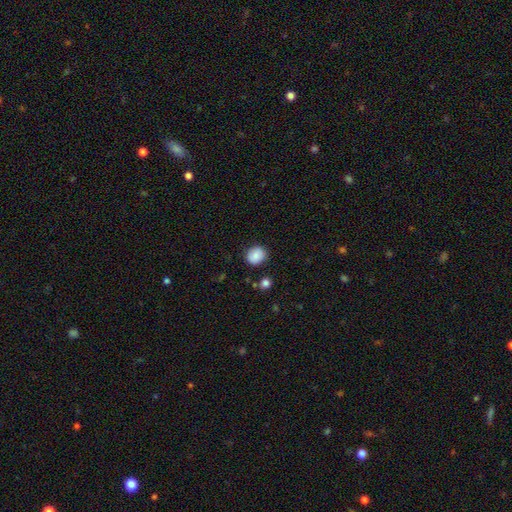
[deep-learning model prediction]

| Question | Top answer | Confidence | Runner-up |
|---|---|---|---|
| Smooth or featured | smooth | 82% | featured or disk (10%) |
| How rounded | round | 76% | in between (23%) |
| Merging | none | 83% | minor disturbance (12%) |